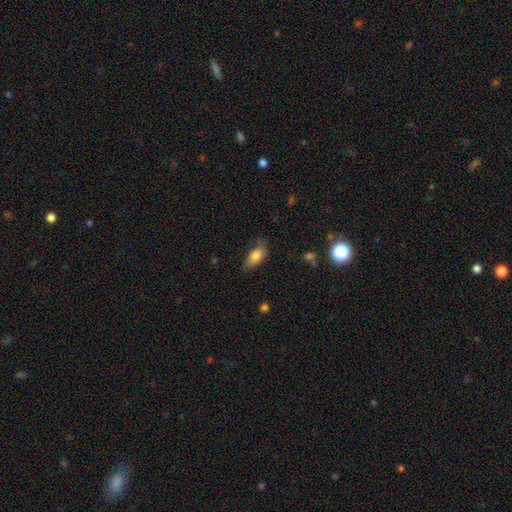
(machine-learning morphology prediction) A smooth galaxy with no disk features (79%) that is in between round and cigar-shaped (89%).

Vote fractions:
- Smooth or featured? smooth: 79% / featured or disk: 14% / star or artifact: 7%
- How rounded? in between: 89% / cigar-shaped: 7% / round: 4%
- Merging? none: 66% / minor disturbance: 26% / major disturbance: 7% / merger: 2%